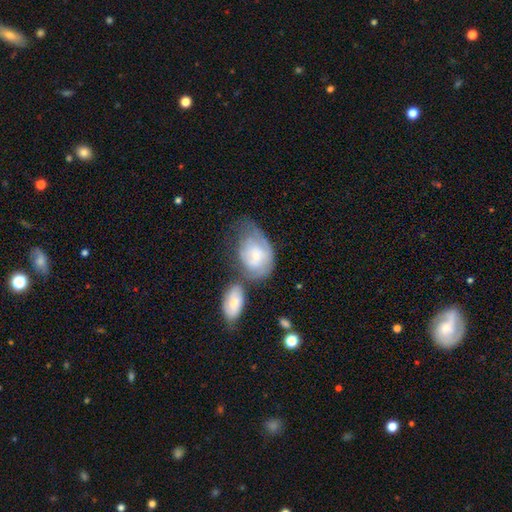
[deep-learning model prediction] This is possibly a smooth galaxy (47%). Merging: marginally merger (33%).